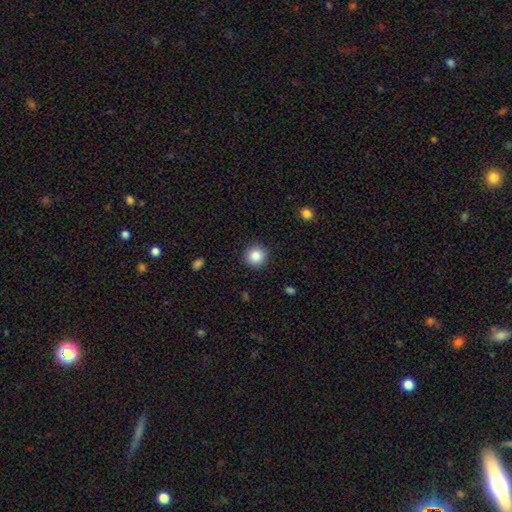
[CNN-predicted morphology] This appears to be a smooth galaxy with no disk features (86%) that is round (94%). Merging: none (92%).